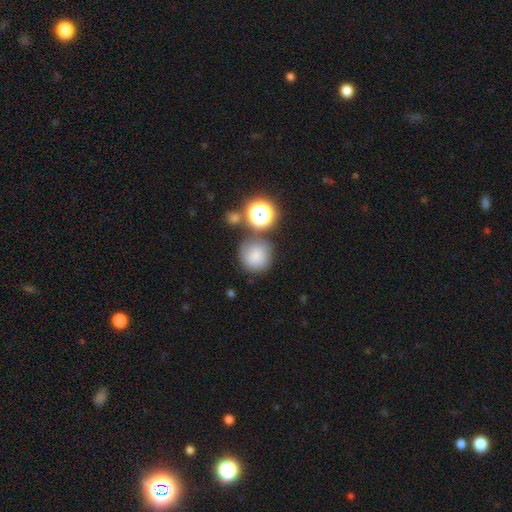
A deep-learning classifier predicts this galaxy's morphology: A smooth galaxy with no disk features (76%) that is round (90%).

Vote fractions:
- Smooth or featured? smooth: 76% / star or artifact: 13% / featured or disk: 11%
- How rounded? round: 90% / in between: 9% / cigar-shaped: 1%
- Merging? none: 66% / minor disturbance: 16% / merger: 12% / major disturbance: 6%